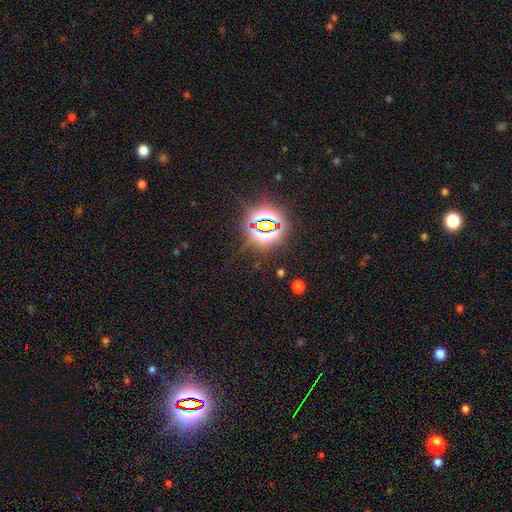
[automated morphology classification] Smooth or featured? star or artifact (83%)